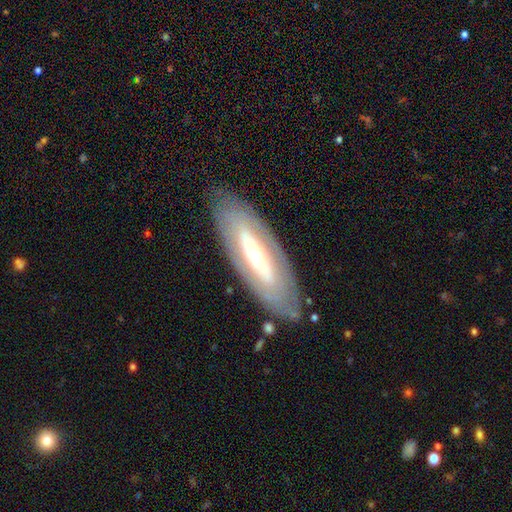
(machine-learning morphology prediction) featured or disk 66%, smooth 28%, star or artifact 6%. Down the decision tree: edge-on disk — no (76%); bar — no (44%); spiral arms — no (62%); bulge size — small (52%); merging — none (82%).